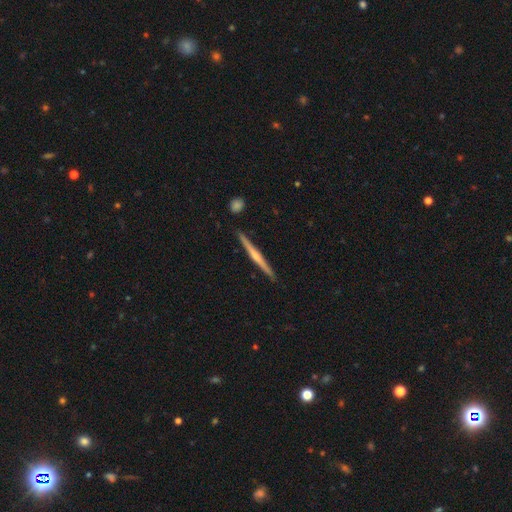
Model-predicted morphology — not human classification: Smooth or featured: featured or disk — 66% (smooth — 29%)
Edge-on disk: yes — 98% (no — 2%)
Edge-on bulge: rounded — 62% (none — 29%)
Merging: none — 90% (minor disturbance — 7%)